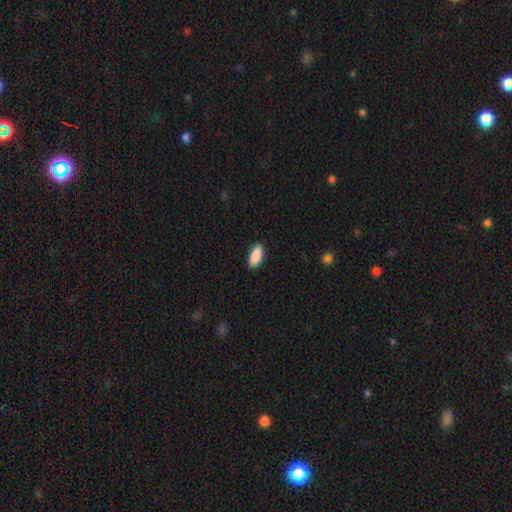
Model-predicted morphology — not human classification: Q: Smooth or featured?
A: smooth (91%); runner-up: star or artifact (6%)
Q: How rounded?
A: in between (88%); runner-up: cigar-shaped (10%)
Q: Merging?
A: none (88%); runner-up: minor disturbance (9%)